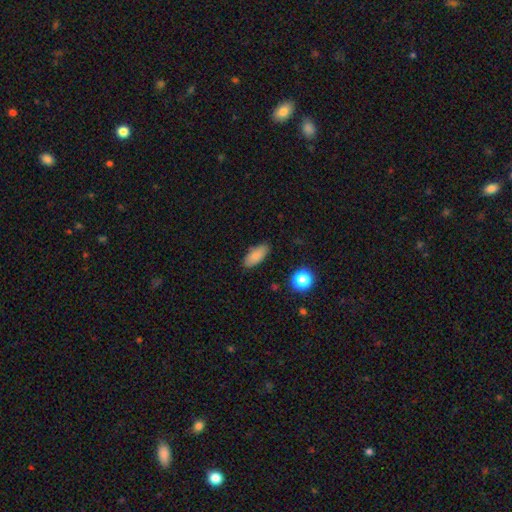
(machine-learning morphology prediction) smooth_or_featured: smooth (p=0.85) [alt: star or artifact p=0.09]
how_rounded: in between (p=0.84) [alt: cigar-shaped p=0.13]
merging: none (p=0.85) [alt: minor disturbance p=0.11]